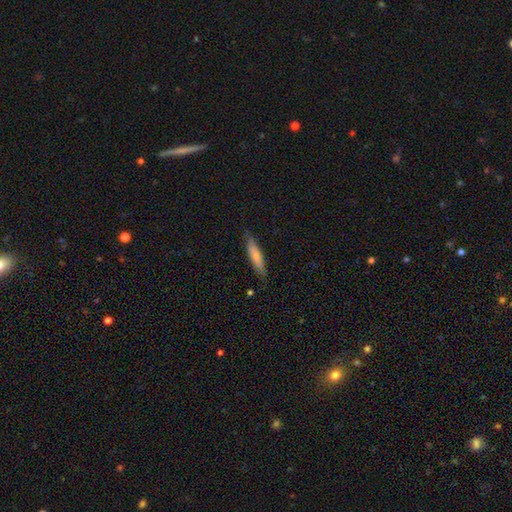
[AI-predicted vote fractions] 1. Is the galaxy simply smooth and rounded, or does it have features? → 75% smooth, 19% featured or disk, 6% star or artifact.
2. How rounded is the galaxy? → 82% cigar-shaped, 17% in between, 1% round.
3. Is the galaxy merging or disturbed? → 82% none, 14% minor disturbance, 2% major disturbance, 1% merger.